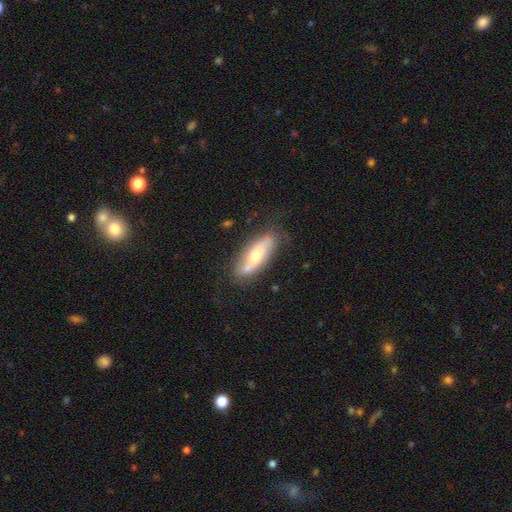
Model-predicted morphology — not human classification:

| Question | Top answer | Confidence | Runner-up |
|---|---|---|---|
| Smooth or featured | smooth | 49% | featured or disk (45%) |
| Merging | none | 66% | minor disturbance (21%) |